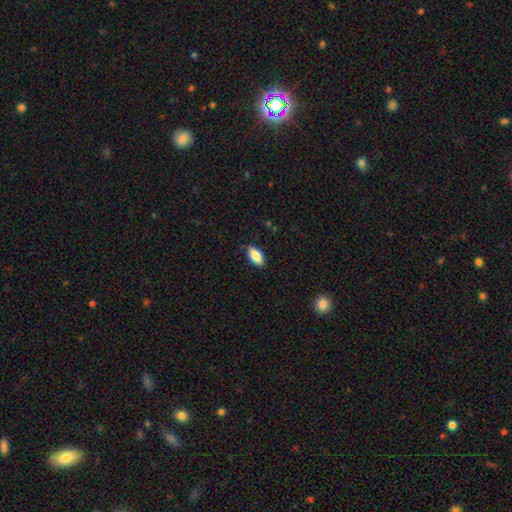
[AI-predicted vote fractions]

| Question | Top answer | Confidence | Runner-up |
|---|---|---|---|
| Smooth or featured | smooth | 84% | featured or disk (9%) |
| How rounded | in between | 91% | cigar-shaped (6%) |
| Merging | none | 83% | minor disturbance (13%) |